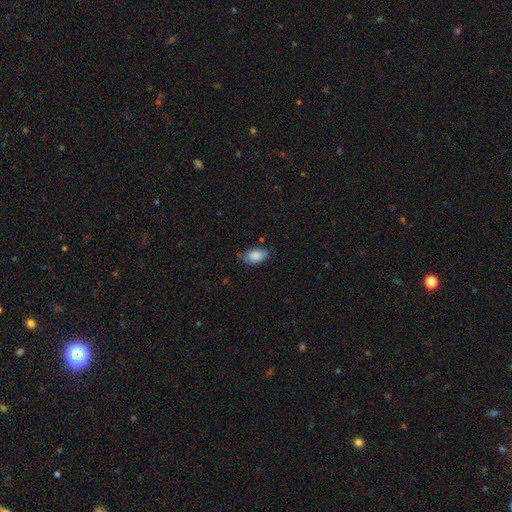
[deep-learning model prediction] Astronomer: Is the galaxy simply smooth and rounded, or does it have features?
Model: smooth — 87%.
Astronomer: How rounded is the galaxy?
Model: in between — 91%.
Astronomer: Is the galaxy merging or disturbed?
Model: none — 65%.